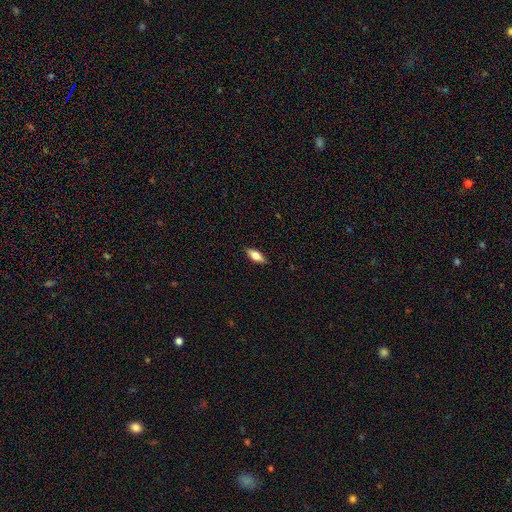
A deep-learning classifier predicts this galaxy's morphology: A smooth galaxy with no disk features (72%) that is in between round and cigar-shaped (79%).

Vote fractions:
- Smooth or featured? smooth: 72% / featured or disk: 21% / star or artifact: 7%
- How rounded? in between: 79% / cigar-shaped: 19% / round: 3%
- Merging? none: 88% / minor disturbance: 9% / major disturbance: 2% / merger: 1%